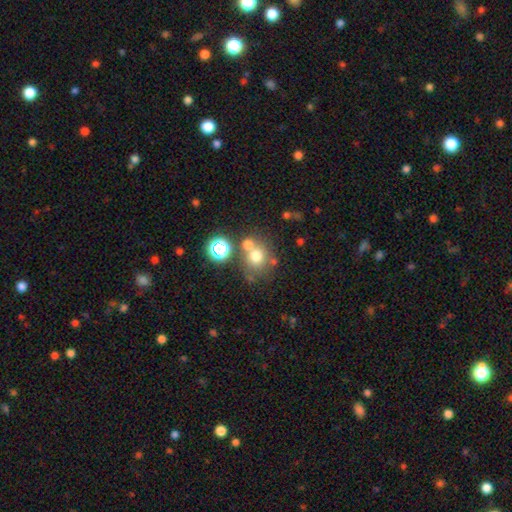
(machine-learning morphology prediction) type=smooth (68%); roundness=round (80%); merging=none (55%).